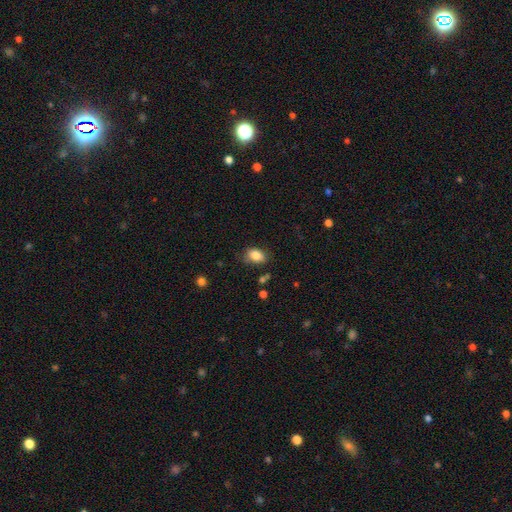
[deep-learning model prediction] The model was most divided on "merging": none: 75%, minor disturbance: 18%, major disturbance: 4%, merger: 2%. More confident: smooth or featured — smooth (85%); how rounded — in between (81%).